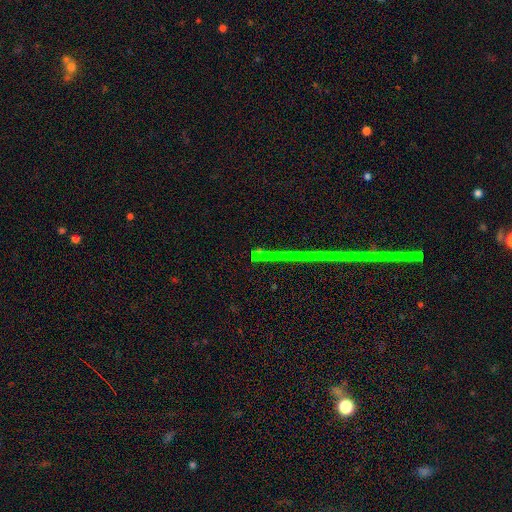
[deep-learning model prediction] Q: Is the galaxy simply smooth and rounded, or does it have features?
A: star or artifact — 75%.